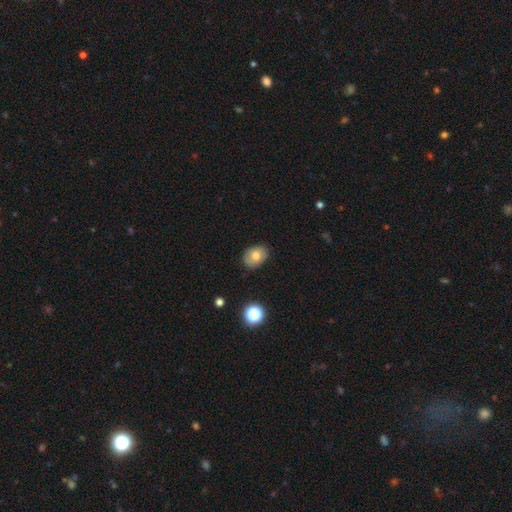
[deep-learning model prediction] Overall: smooth (76%). How rounded: in between (66%; round 33%). Merging: none (79%).